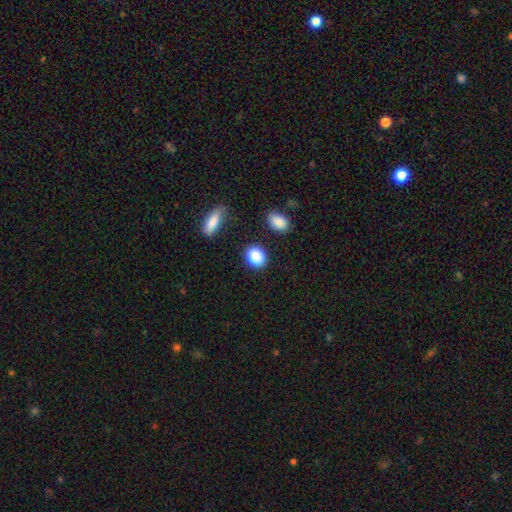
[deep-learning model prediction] This is clearly a smooth galaxy (88%). How rounded: possibly in between (52%). Merging: clearly none (83%).